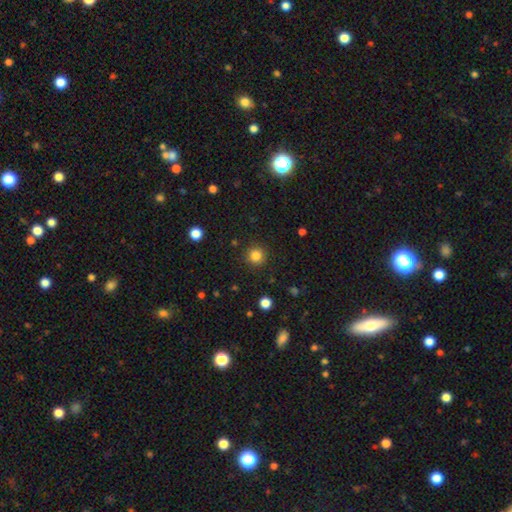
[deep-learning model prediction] A smooth galaxy with no disk features (83%) that is round (94%). Merging: none (90%).